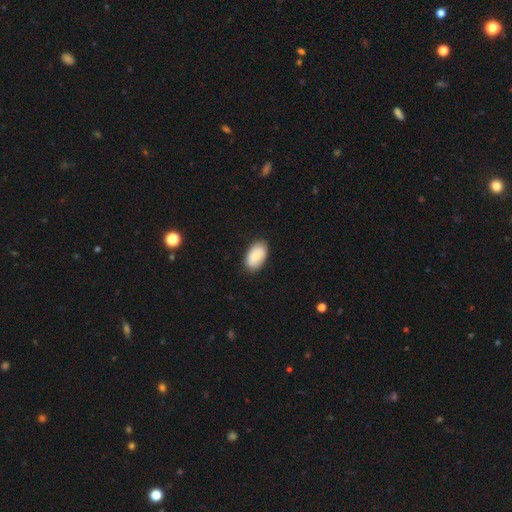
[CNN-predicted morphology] Overall: smooth (84%). How rounded: in between (94%). Merging: none (85%).